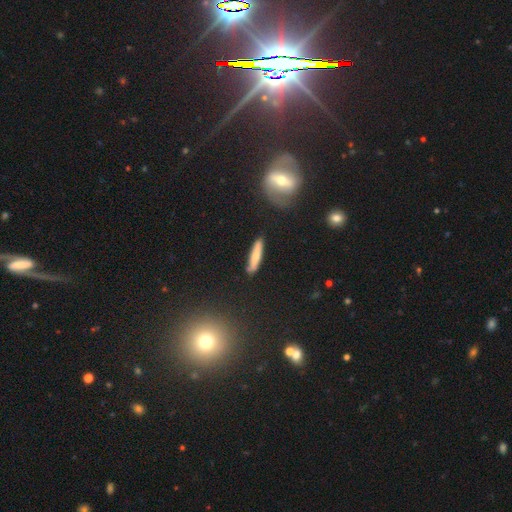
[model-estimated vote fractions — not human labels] This is likely a smooth galaxy (68%). How rounded: clearly cigar-shaped (89%). Merging: clearly none (82%).